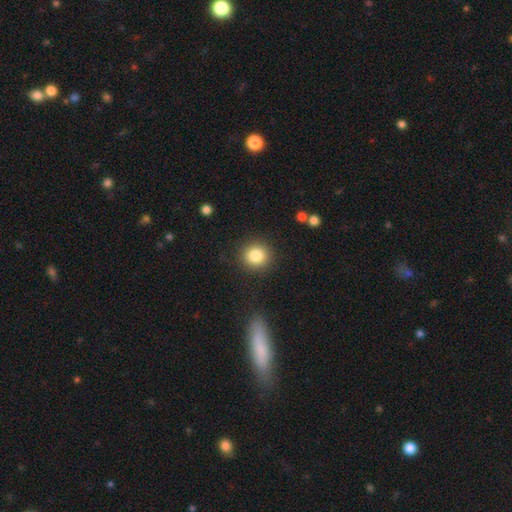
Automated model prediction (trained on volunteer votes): Smooth or featured?
  - smooth: 84% *
  - star or artifact: 10%
  - featured or disk: 6%
How rounded?
  - round: 91% *
  - in between: 8%
  - cigar-shaped: 1%
Merging?
  - none: 89% *
  - minor disturbance: 7%
  - major disturbance: 3%
  - merger: 2%